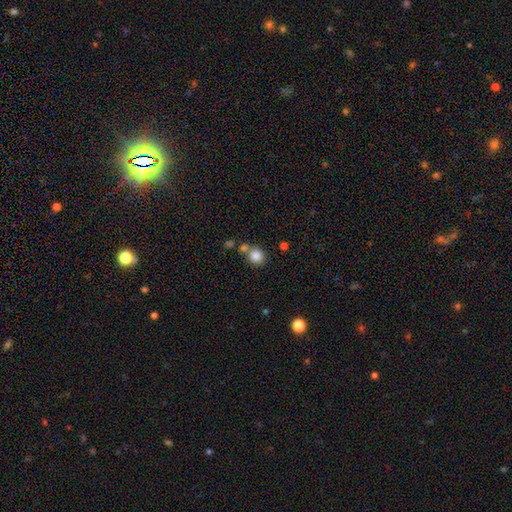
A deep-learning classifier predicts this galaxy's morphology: The model was most divided on "merging": none: 58%, merger: 27%, minor disturbance: 11%, major disturbance: 4%. More confident: how rounded — round (85%); smooth or featured — smooth (84%).